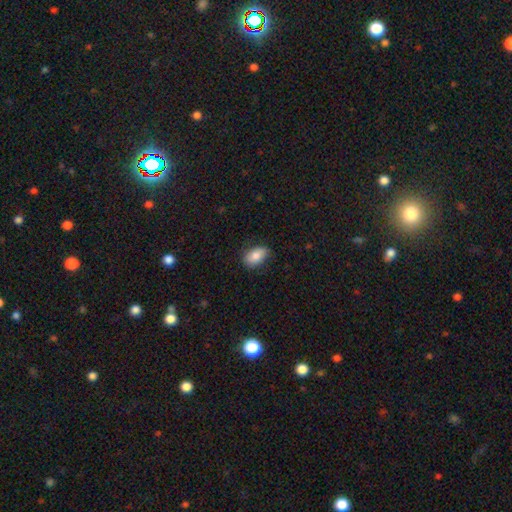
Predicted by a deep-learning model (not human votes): Q: Smooth or featured?
A: smooth (83%); runner-up: featured or disk (10%)
Q: How rounded?
A: in between (90%); runner-up: round (8%)
Q: Merging?
A: none (78%); runner-up: minor disturbance (17%)